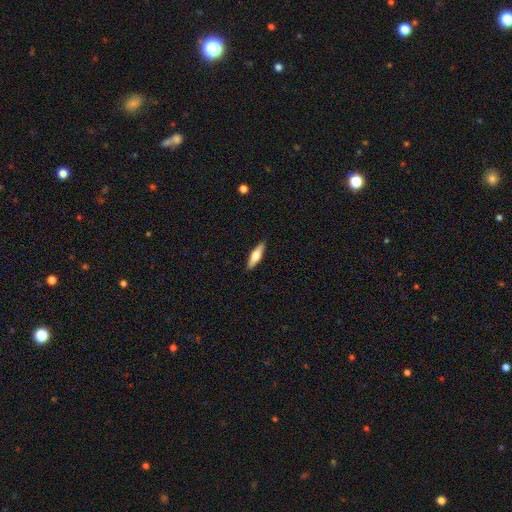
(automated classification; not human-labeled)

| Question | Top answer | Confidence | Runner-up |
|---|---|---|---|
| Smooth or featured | smooth | 47% | tied: featured or disk (47%) |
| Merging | none | 90% | minor disturbance (7%) |